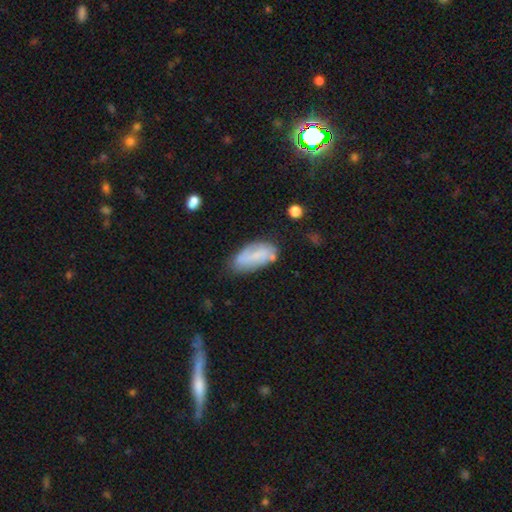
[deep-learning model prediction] The model was most divided on "smooth or featured": smooth: 60%, featured or disk: 32%, star or artifact: 8%. More confident: how rounded — in between (86%); merging — none (62%).